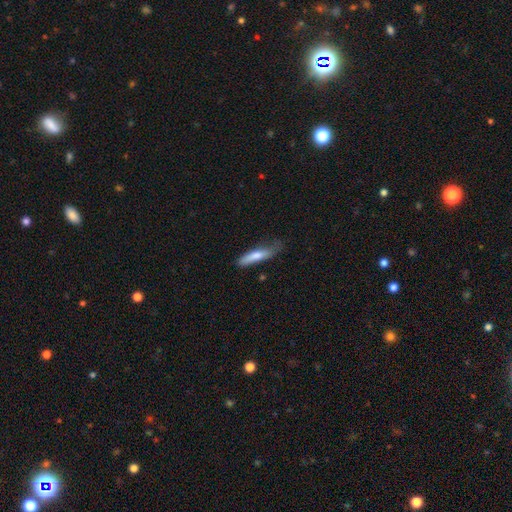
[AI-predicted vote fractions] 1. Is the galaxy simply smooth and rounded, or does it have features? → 70% smooth, 24% featured or disk, 6% star or artifact.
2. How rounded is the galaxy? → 80% cigar-shaped, 18% in between, 1% round.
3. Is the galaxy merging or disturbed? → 55% none, 33% minor disturbance, 10% major disturbance, 2% merger.